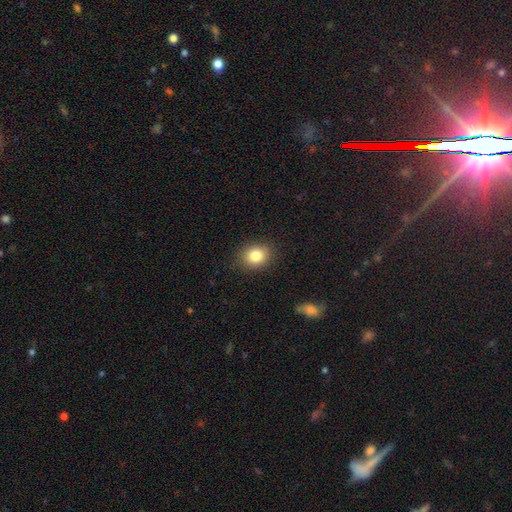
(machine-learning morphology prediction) Smooth or featured? smooth (82%)
How rounded? round (54%)
Merging? none (87%)